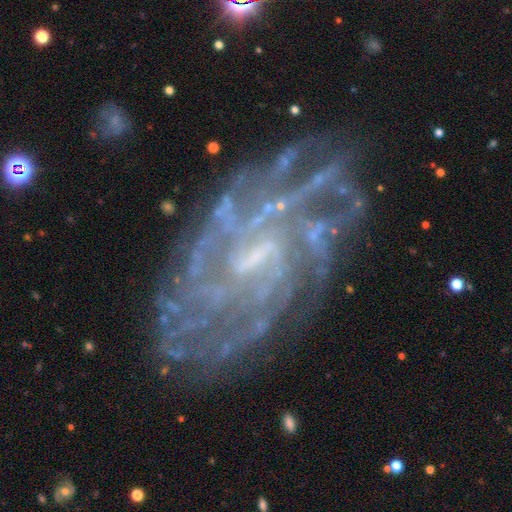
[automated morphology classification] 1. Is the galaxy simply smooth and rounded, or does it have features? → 85% featured or disk, 9% star or artifact, 6% smooth.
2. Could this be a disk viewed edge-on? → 96% no, 4% yes.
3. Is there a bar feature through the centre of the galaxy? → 48% weak, 34% no, 18% strong.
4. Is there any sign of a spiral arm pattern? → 95% yes, 5% no.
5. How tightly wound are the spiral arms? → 65% tight, 27% medium, 8% loose.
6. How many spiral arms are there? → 38% can't tell, 17% more than 4, 16% 4, 11% 3, 10% 2, 8% 1.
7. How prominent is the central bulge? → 54% small, 22% none, 20% moderate, 2% large, 1% dominant.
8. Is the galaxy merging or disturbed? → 76% none, 15% minor disturbance, 7% major disturbance, 2% merger.